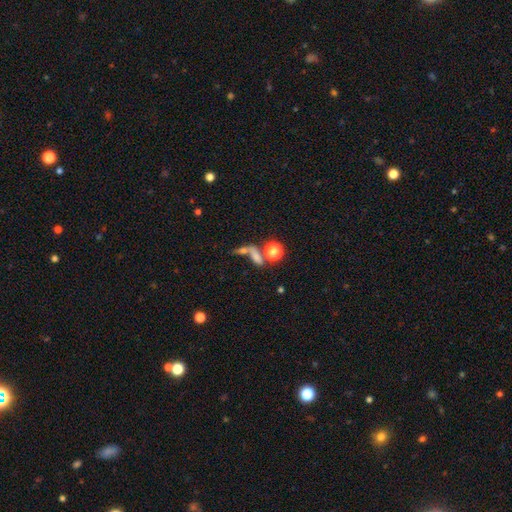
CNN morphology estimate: The model was most divided on "merging": merger: 40%, none: 35%, major disturbance: 14%, minor disturbance: 11%. Remaining: smooth or featured — smooth (63%); how rounded — in between (44%).